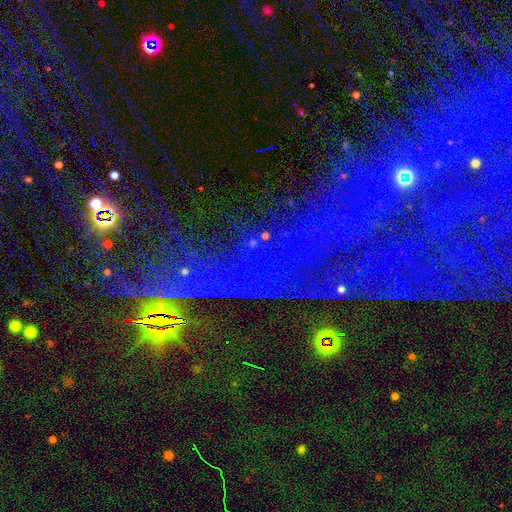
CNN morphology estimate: This is clearly a star or artifact rather than a galaxy (82%).